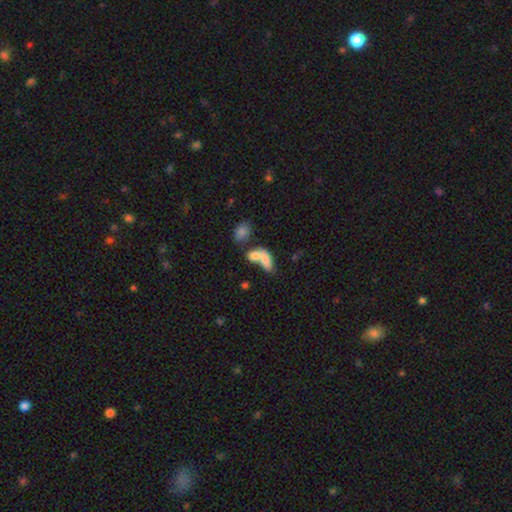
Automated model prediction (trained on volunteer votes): A smooth galaxy with no disk features (75%) that is in between round and cigar-shaped (81%). Merging: merger (62%).